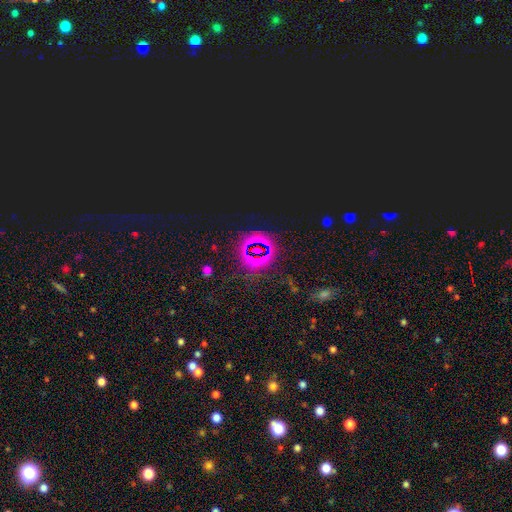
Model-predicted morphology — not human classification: type=star or artifact (80%).